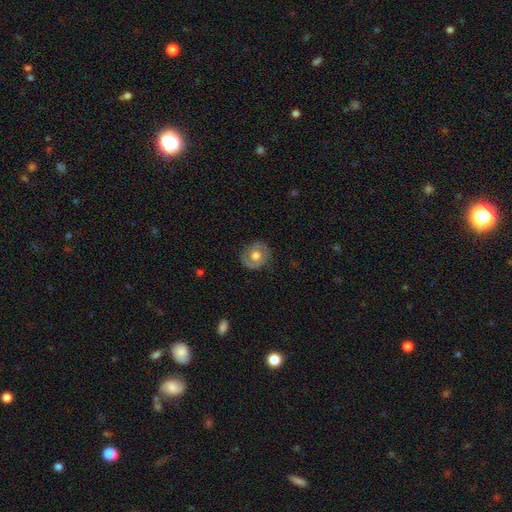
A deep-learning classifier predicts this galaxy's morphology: Q: Smooth or featured?
A: featured or disk (52%); runner-up: smooth (41%)
Q: Edge-on disk?
A: no (96%); runner-up: yes (4%)
Q: Bar?
A: no (76%); runner-up: weak (21%)
Q: Spiral arms?
A: yes (63%); runner-up: no (37%)
Q: Bulge size?
A: moderate (61%); runner-up: large (30%)
Q: Merging?
A: none (80%); runner-up: minor disturbance (14%)